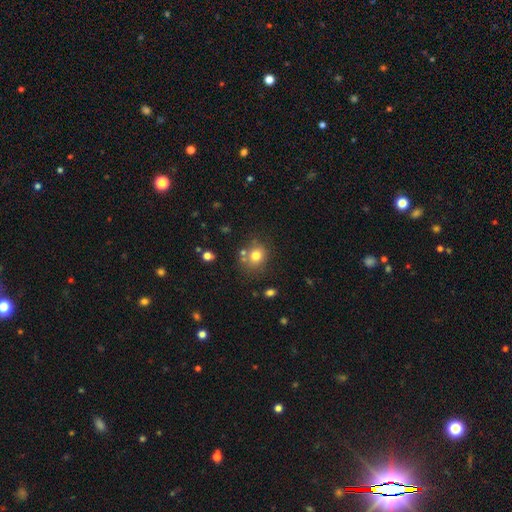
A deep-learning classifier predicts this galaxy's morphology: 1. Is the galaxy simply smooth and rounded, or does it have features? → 76% smooth, 13% star or artifact, 11% featured or disk.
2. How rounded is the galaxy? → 77% round, 22% in between, 1% cigar-shaped.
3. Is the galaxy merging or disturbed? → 70% none, 13% minor disturbance, 12% merger, 5% major disturbance.